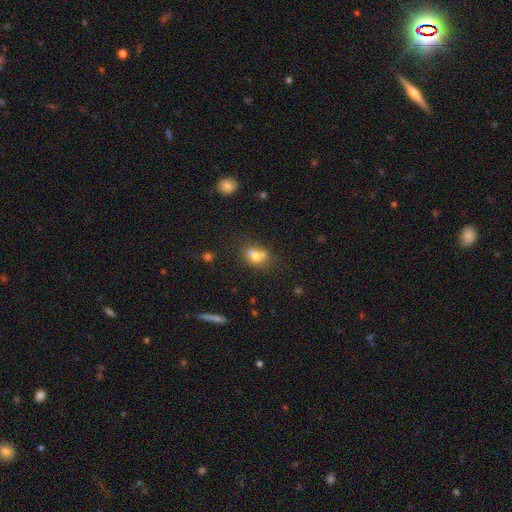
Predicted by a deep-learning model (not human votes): Morphology: type=smooth (68%); roundness=in between (54%); merging=merger (47%).